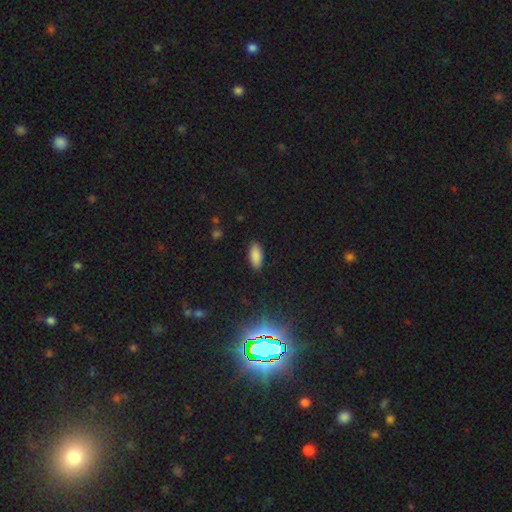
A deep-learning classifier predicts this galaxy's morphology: Smooth or featured: smooth — 86% (star or artifact — 9%)
How rounded: in between — 86% (cigar-shaped — 12%)
Merging: none — 87% (minor disturbance — 9%)